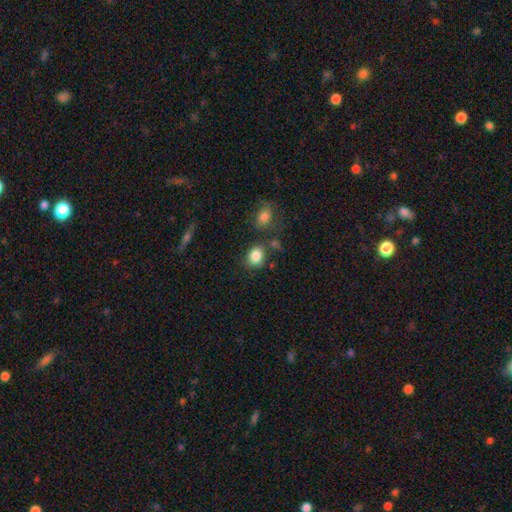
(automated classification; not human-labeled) The model was most divided on "how rounded": round: 50%, in between: 49%, cigar-shaped: 1%. More confident: smooth or featured — smooth (85%); merging — none (67%).